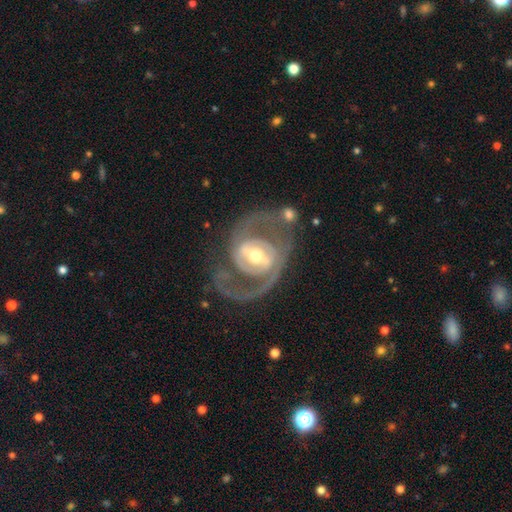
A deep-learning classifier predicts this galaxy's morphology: Q: Smooth or featured?
A: featured or disk (89%); runner-up: smooth (7%)
Q: Edge-on disk?
A: no (97%); runner-up: yes (3%)
Q: Bar?
A: strong (45%); runner-up: weak (37%)
Q: Spiral arms?
A: yes (91%); runner-up: no (9%)
Q: Spiral winding?
A: medium (51%); runner-up: tight (31%)
Q: Spiral arm count?
A: 2 (82%); runner-up: can't tell (6%)
Q: Bulge size?
A: moderate (65%); runner-up: small (24%)
Q: Merging?
A: none (60%); runner-up: major disturbance (18%)